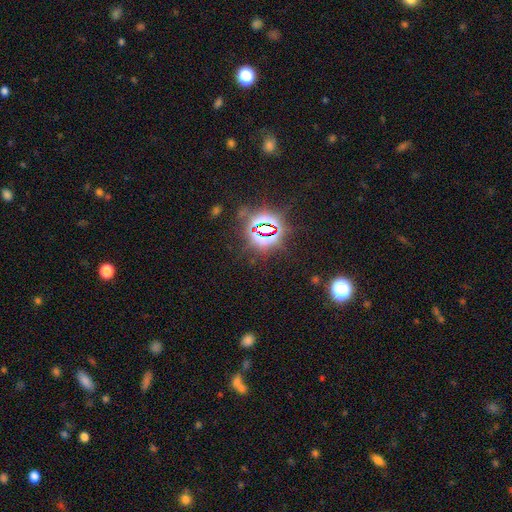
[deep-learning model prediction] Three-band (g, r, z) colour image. It shows a star or artifact, not a galaxy (81%).